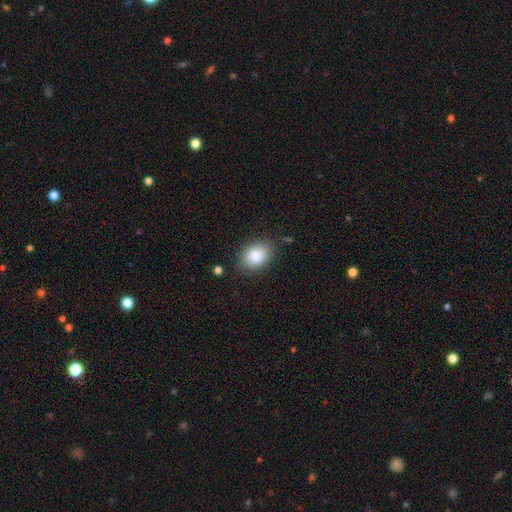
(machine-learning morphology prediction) smooth-or-featured: smooth: 86% | star or artifact: 8% | featured or disk: 6%
  how-rounded: in between: 69% | round: 30% | cigar-shaped: 1%
  merging: none: 82% | minor disturbance: 12% | major disturbance: 4% | merger: 2%